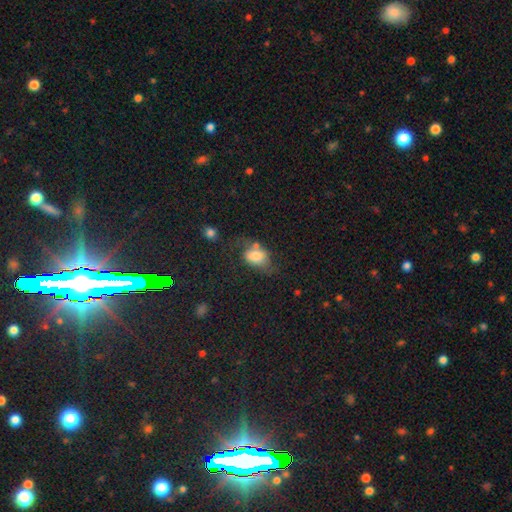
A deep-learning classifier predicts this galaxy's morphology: Smooth or featured: smooth — 70% (featured or disk — 20%)
How rounded: in between — 78% (round — 20%)
Merging: none — 40% (minor disturbance — 26%)